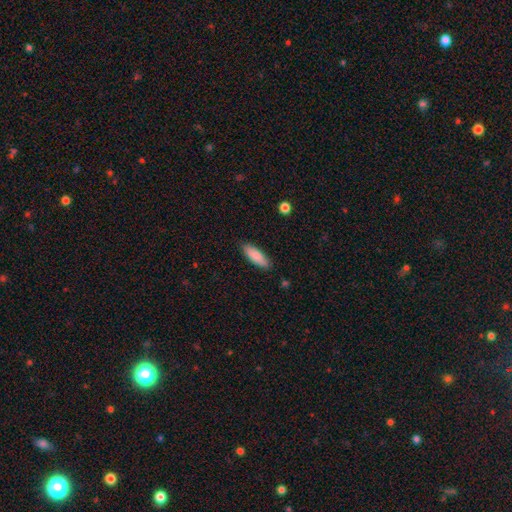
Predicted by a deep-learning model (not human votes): A smooth galaxy with no disk features (87%) that is in between round and cigar-shaped (57%). Merging: none (87%).